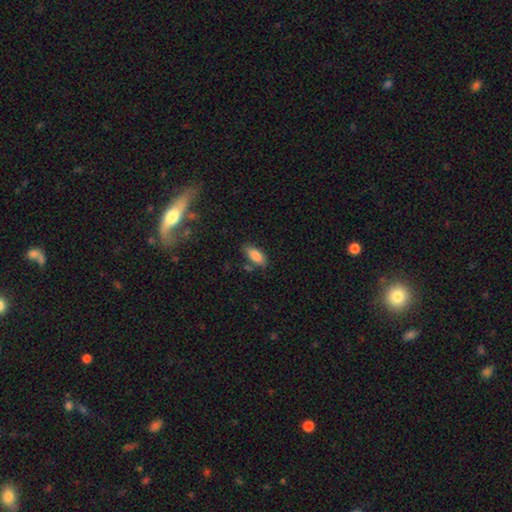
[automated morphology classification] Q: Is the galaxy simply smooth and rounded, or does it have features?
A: smooth — 85%.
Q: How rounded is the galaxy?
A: in between — 86%.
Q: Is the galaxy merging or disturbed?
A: none — 71%.